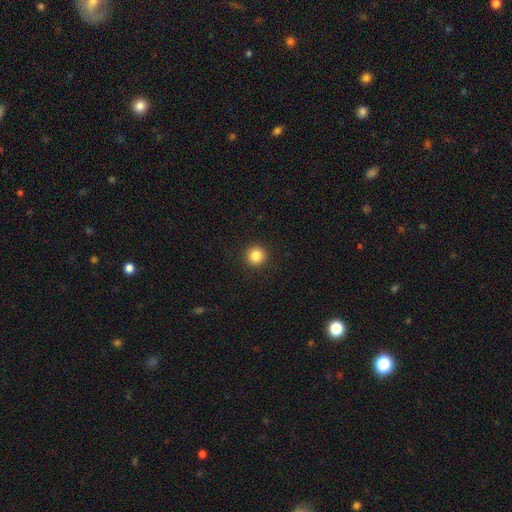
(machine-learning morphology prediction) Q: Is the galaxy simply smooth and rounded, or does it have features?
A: smooth — 84%.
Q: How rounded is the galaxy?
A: round — 96%.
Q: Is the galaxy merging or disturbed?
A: none — 93%.